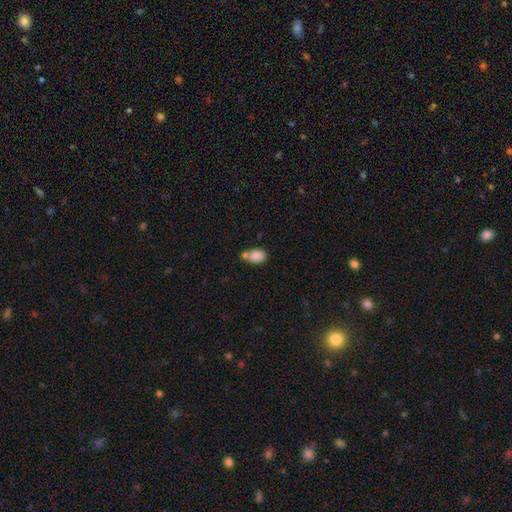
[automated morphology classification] This is clearly a smooth galaxy (85%). How rounded: likely in between (77%). Merging: possibly none (45%).